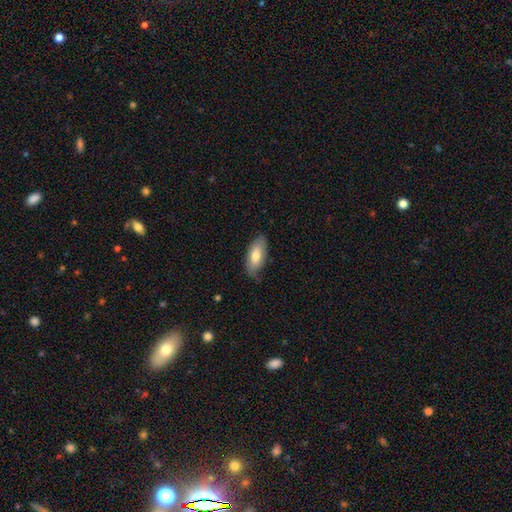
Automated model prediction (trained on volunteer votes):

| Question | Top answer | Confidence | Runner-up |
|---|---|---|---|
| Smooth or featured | smooth | 71% | featured or disk (24%) |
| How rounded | in between | 87% | cigar-shaped (11%) |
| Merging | none | 74% | minor disturbance (21%) |